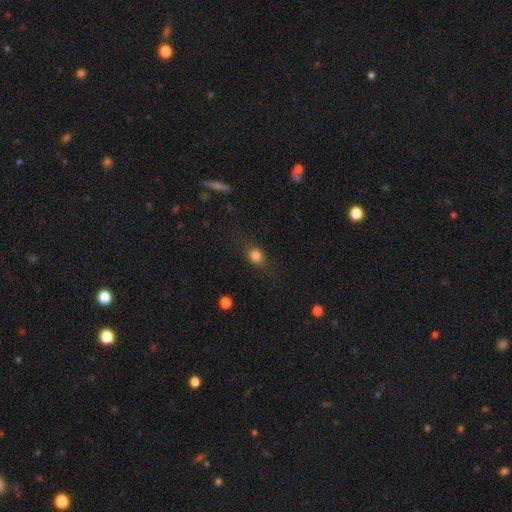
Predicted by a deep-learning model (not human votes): Morphology: type=smooth (79%); roundness=round (49%); merging=none (74%).